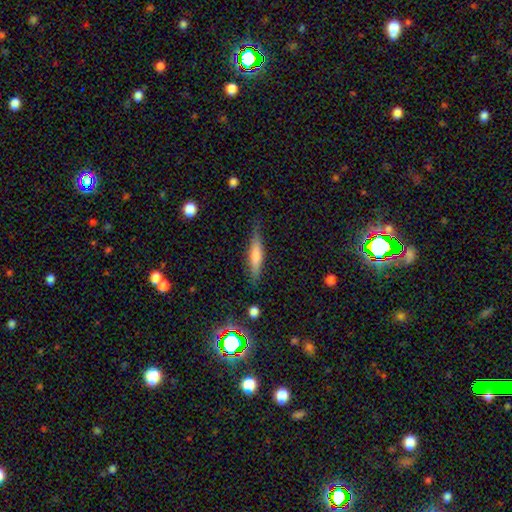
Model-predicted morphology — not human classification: Smooth or featured?
  - smooth: 58% *
  - featured or disk: 33%
  - star or artifact: 9%
How rounded?
  - cigar-shaped: 83% *
  - in between: 15%
  - round: 2%
Merging?
  - none: 82% *
  - minor disturbance: 13%
  - major disturbance: 3%
  - merger: 1%